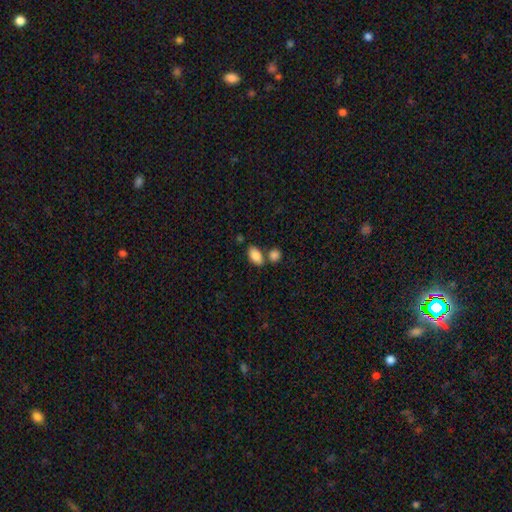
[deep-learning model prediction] Q: Smooth or featured?
A: smooth (86%); runner-up: star or artifact (7%)
Q: How rounded?
A: in between (91%); runner-up: round (7%)
Q: Merging?
A: none (63%); runner-up: merger (23%)